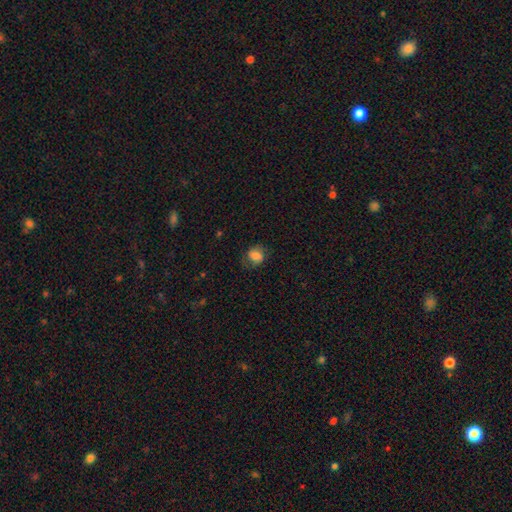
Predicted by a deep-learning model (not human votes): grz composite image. It shows a smooth galaxy with no disk features (75%) that is round (62%). Merging: none (70%).